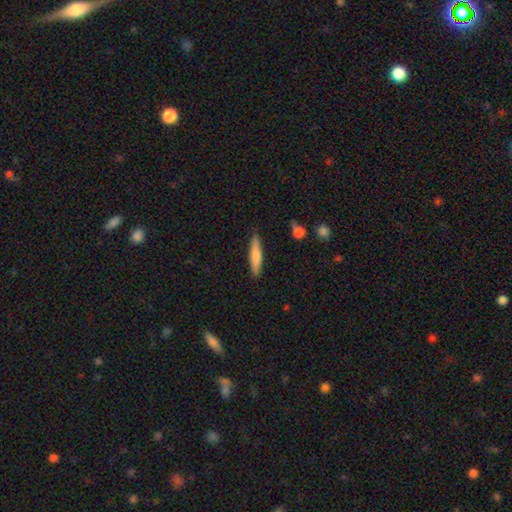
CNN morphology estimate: type=smooth (74%); roundness=cigar-shaped (88%); merging=none (87%).